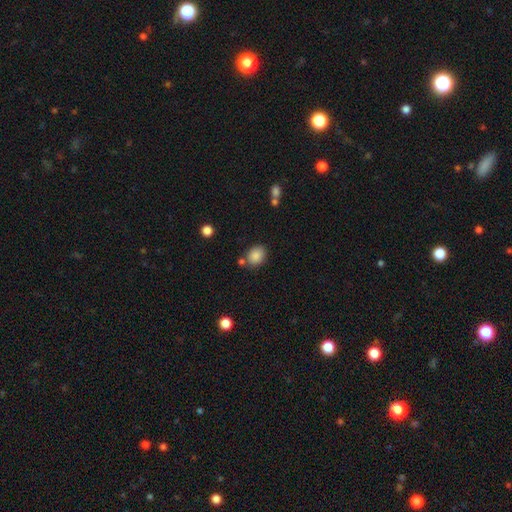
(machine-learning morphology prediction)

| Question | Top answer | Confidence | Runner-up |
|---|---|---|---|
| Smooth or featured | smooth | 87% | star or artifact (9%) |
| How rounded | in between | 55% | round (44%) |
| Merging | none | 72% | minor disturbance (14%) |